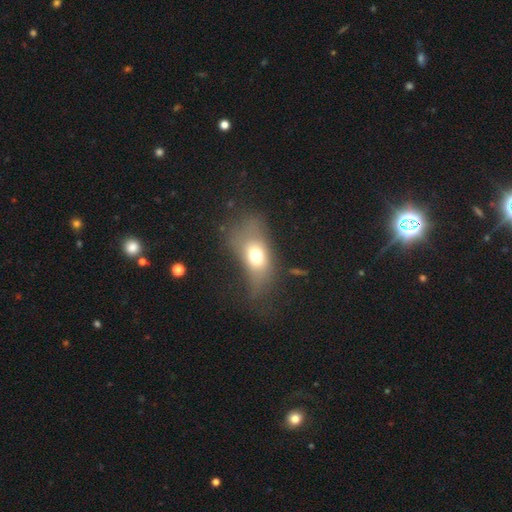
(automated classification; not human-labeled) Morphology: type=smooth (65%); roundness=in between (79%); merging=none (42%).